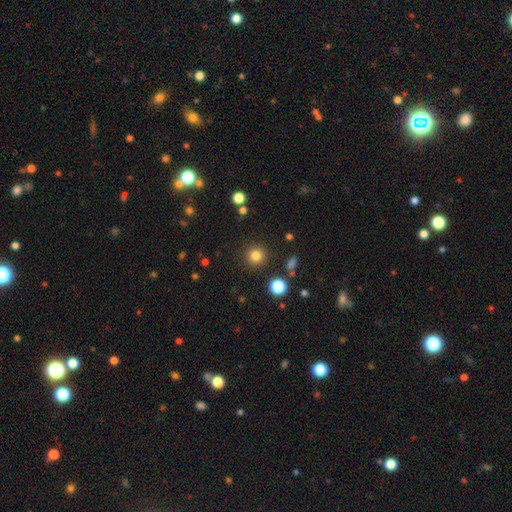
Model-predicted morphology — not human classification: Smooth or featured? Predicted: smooth (p=0.81). How rounded? Predicted: round (p=0.94). Merging? Predicted: none (p=0.90).